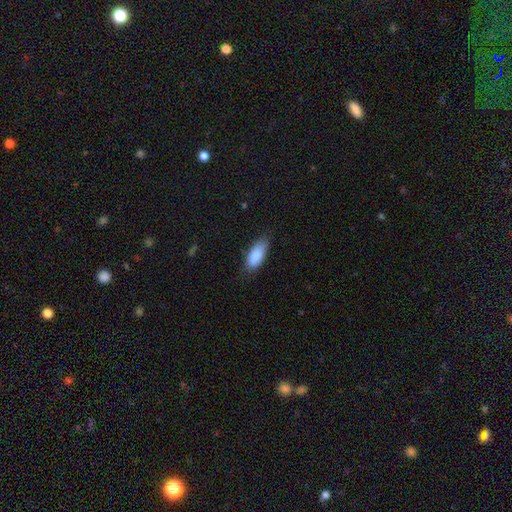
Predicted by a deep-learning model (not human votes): smooth-or-featured: smooth: 88% | featured or disk: 6% | star or artifact: 6%
  how-rounded: in between: 85% | cigar-shaped: 13% | round: 2%
  merging: none: 74% | minor disturbance: 21% | major disturbance: 4% | merger: 1%